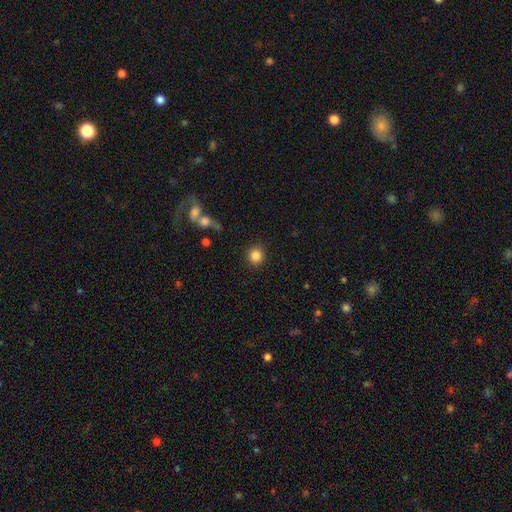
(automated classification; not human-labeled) Q: Smooth or featured?
A: smooth (85%); runner-up: star or artifact (10%)
Q: How rounded?
A: round (88%); runner-up: in between (11%)
Q: Merging?
A: none (89%); runner-up: minor disturbance (7%)